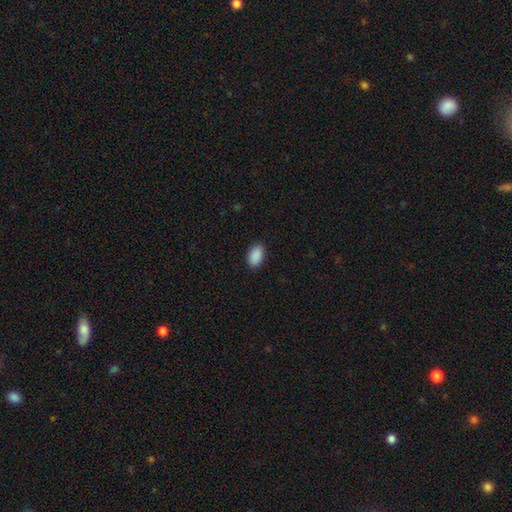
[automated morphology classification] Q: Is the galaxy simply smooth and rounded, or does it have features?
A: smooth — 91%.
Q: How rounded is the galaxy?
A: in between — 92%.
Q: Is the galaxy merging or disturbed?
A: none — 89%.